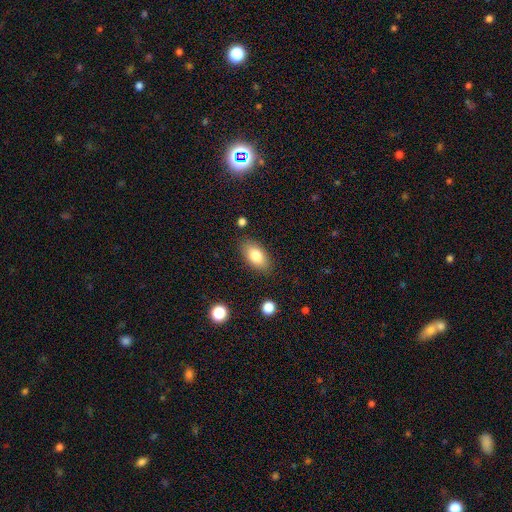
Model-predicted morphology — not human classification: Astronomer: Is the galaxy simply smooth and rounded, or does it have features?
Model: smooth — 80%.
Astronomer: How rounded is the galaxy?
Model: in between — 91%.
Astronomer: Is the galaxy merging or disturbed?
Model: none — 84%.